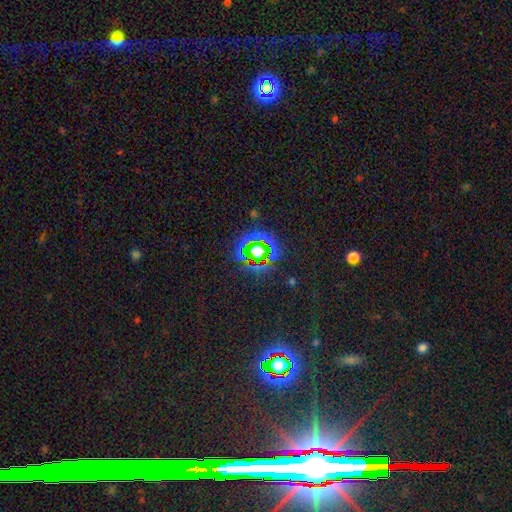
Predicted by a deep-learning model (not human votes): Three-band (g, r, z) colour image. It shows a star or artifact, not a galaxy (70%).